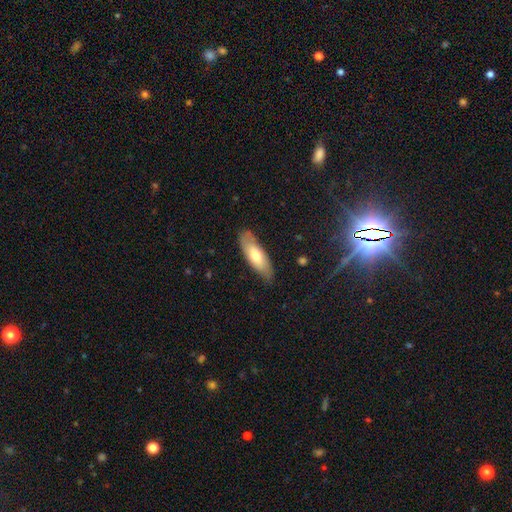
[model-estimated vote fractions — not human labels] smooth 65%, featured or disk 29%, star or artifact 6%. Down the decision tree: how rounded — in between (64%); merging — none (77%).